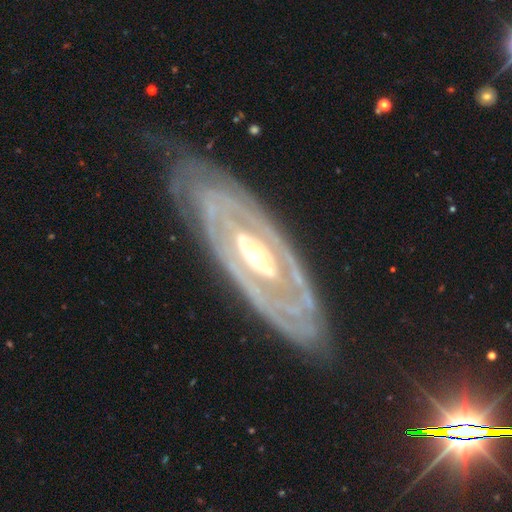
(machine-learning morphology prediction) Smooth or featured? featured or disk (87%)
Edge-on disk? no (83%)
Bar? no (60%)
Spiral arms? yes (73%)
Spiral winding? tight (73%)
Spiral arm count? can't tell (44%)
Bulge size? moderate (62%)
Merging? none (76%)